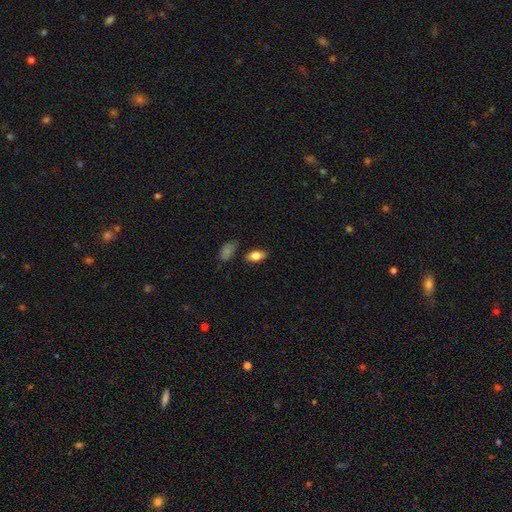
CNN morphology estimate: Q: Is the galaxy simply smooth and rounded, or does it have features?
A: smooth — 79%.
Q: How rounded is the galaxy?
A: in between — 90%.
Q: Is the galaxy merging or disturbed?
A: none — 82%.